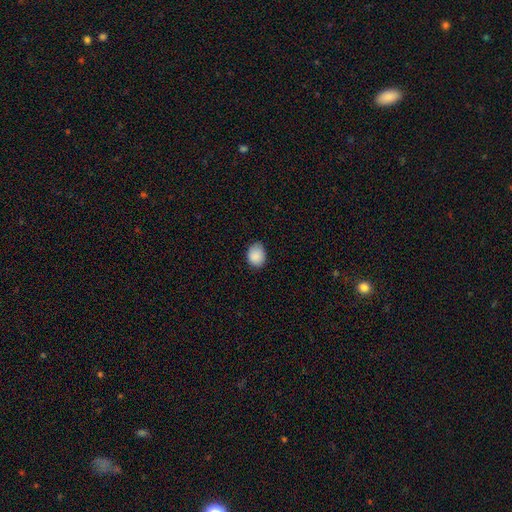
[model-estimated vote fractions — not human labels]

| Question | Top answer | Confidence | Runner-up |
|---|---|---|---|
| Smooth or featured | smooth | 89% | star or artifact (8%) |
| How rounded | round | 52% | in between (48%) |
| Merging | none | 76% | minor disturbance (20%) |